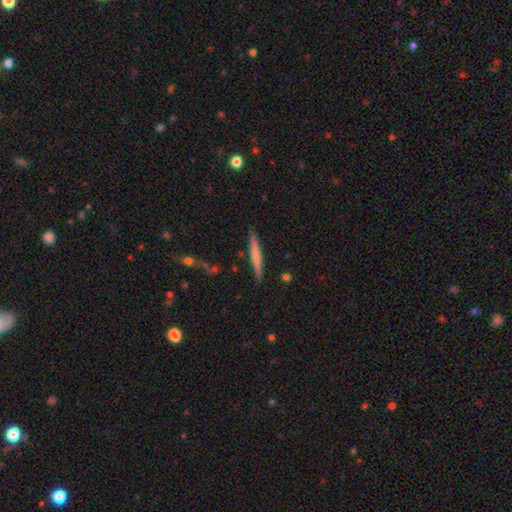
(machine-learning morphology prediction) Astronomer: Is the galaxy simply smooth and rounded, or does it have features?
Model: smooth — 55% (runner-up: featured or disk, 39%).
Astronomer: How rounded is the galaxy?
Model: cigar-shaped — 95%.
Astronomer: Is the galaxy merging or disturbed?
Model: none — 86%.